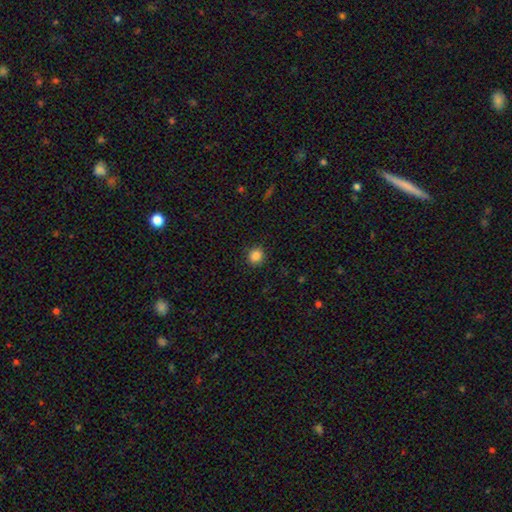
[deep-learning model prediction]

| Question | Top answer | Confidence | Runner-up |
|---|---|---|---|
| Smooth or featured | smooth | 86% | star or artifact (11%) |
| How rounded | round | 83% | in between (16%) |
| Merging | none | 90% | minor disturbance (7%) |